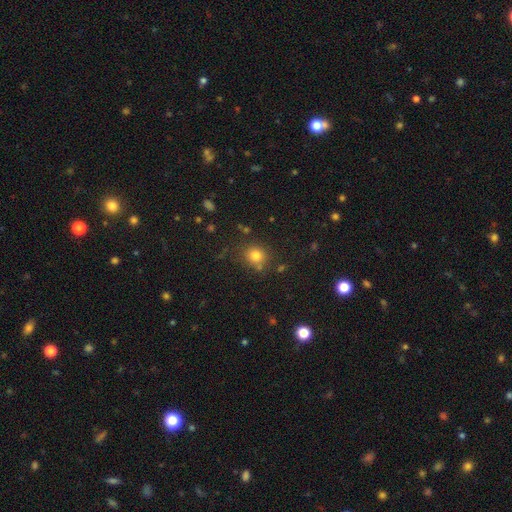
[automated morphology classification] A smooth galaxy with no disk features (79%) that is round (82%).

Vote fractions:
- Smooth or featured? smooth: 79% / star or artifact: 14% / featured or disk: 7%
- How rounded? round: 82% / in between: 17% / cigar-shaped: 1%
- Merging? none: 76% / minor disturbance: 13% / merger: 6% / major disturbance: 5%